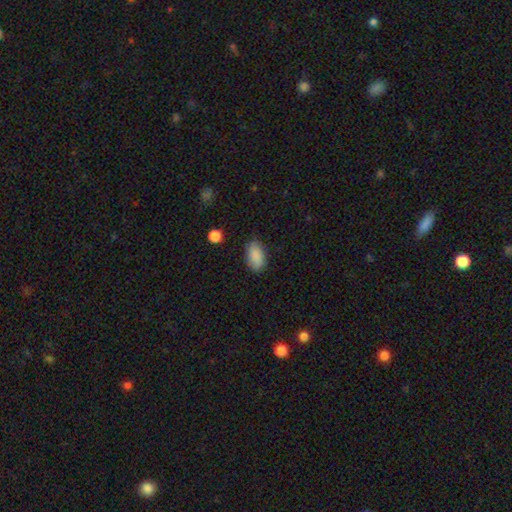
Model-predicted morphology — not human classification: This appears to be a smooth galaxy with no disk features (87%) that is in between round and cigar-shaped (93%). Merging: none (81%).